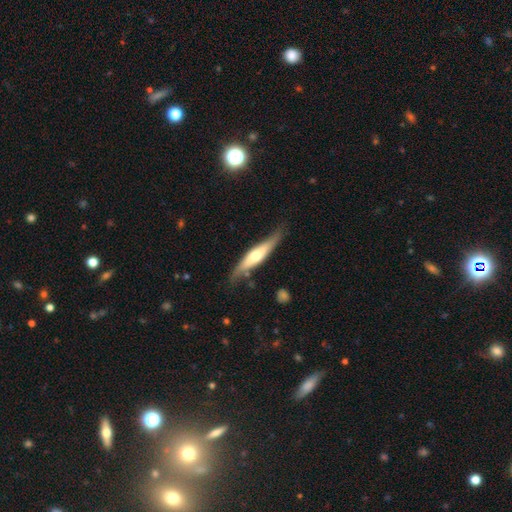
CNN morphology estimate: A featured or disk galaxy (53%) viewed edge-on (82%).

Vote fractions:
- Smooth or featured? featured or disk: 53% / smooth: 42% / star or artifact: 5%
- Edge-on disk? yes: 82% / no: 18%
- Merging? none: 72% / minor disturbance: 20% / major disturbance: 5% / merger: 3%